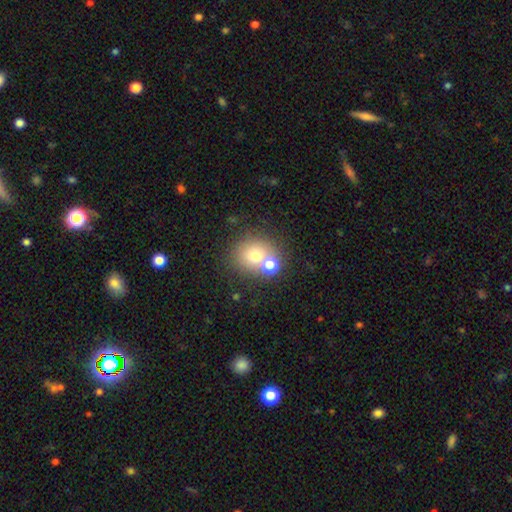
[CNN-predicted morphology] Overall: smooth (70%). How rounded: round (82%). Merging: none (55%; merger 33%).